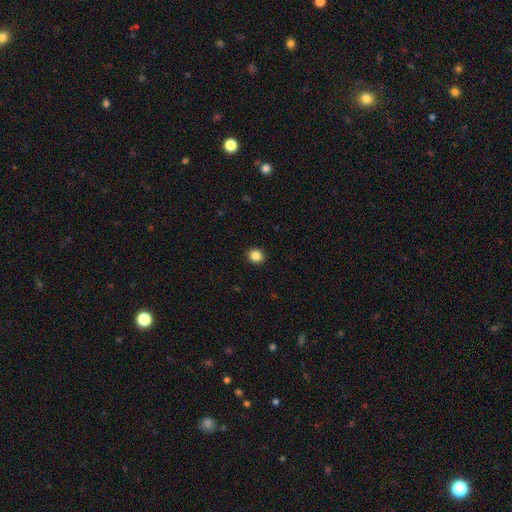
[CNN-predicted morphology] A smooth galaxy with no disk features (85%) that is round (84%). Merging: none (92%).